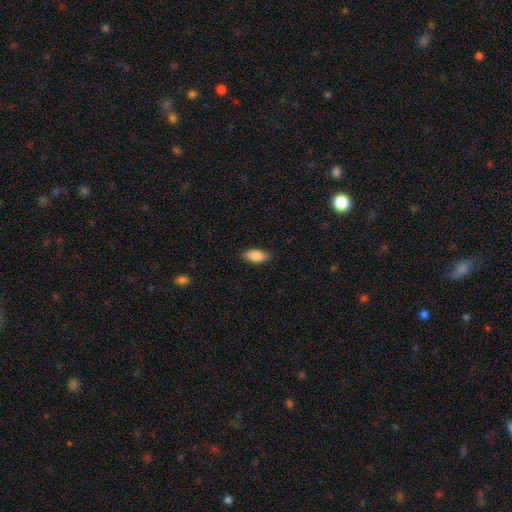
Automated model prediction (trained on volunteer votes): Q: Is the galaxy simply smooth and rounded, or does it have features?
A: smooth — 85%.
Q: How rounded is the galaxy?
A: in between — 83%.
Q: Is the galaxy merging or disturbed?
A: none — 87%.